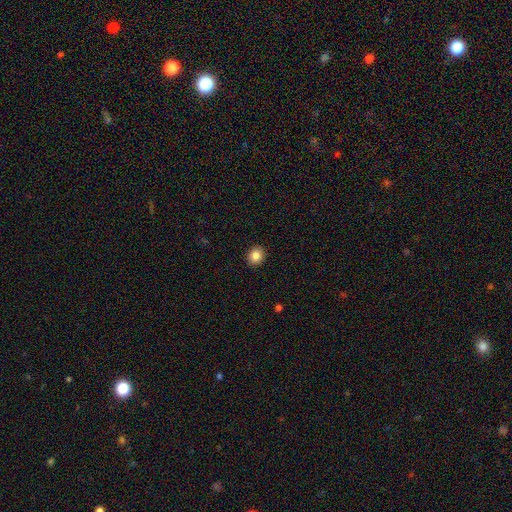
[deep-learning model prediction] smooth 85%, star or artifact 10%, featured or disk 5%. Down the decision tree: how rounded — round (73%); merging — none (92%).